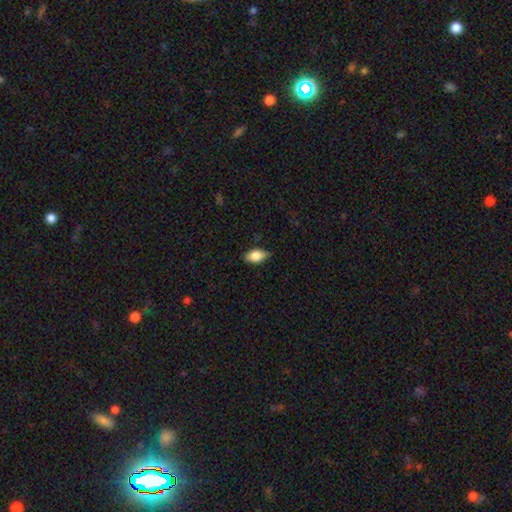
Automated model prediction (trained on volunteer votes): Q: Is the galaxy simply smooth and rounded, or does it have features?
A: smooth — 81%.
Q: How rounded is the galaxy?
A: in between — 90%.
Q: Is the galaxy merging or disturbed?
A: none — 82%.